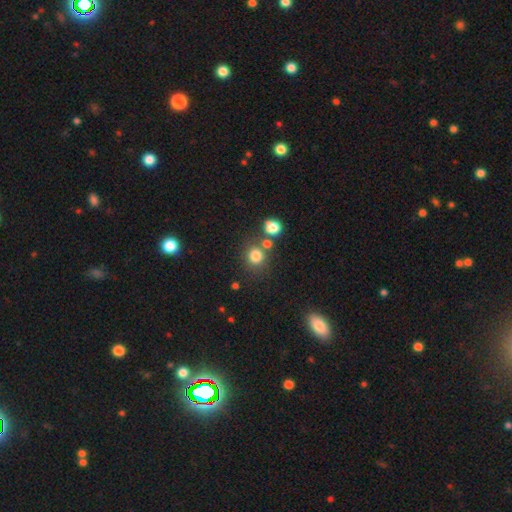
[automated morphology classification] Smooth or featured? smooth (77%)
How rounded? round (85%)
Merging? none (69%)